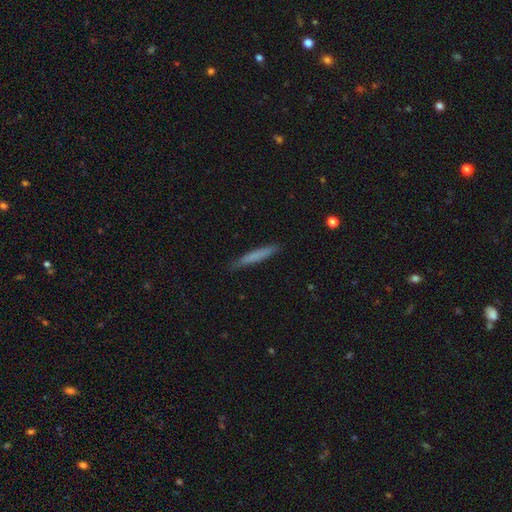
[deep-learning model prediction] Q: Smooth or featured?
A: smooth (72%); runner-up: featured or disk (22%)
Q: How rounded?
A: cigar-shaped (95%); runner-up: in between (3%)
Q: Merging?
A: none (87%); runner-up: minor disturbance (10%)